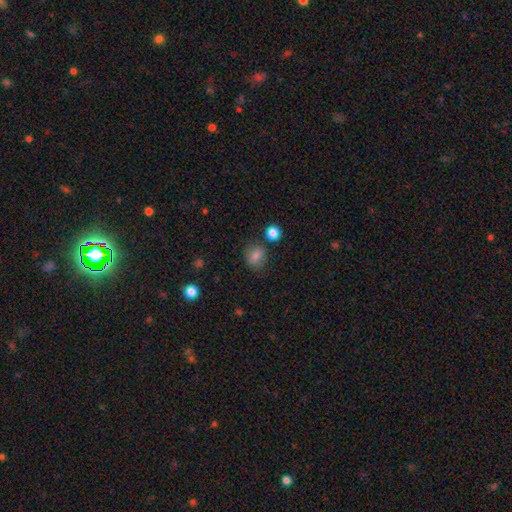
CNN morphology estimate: This appears to be a smooth galaxy with no disk features (80%) that is round (54%). Merging: none (74%).